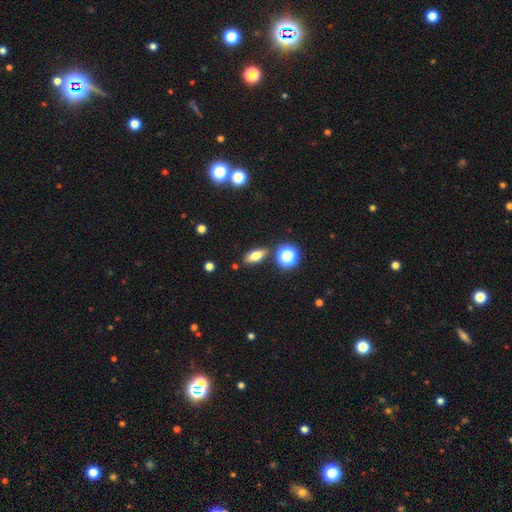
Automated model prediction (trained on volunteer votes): smooth 67%, featured or disk 20%, star or artifact 13%. Down the decision tree: how rounded — in between (67%); merging — none (84%).